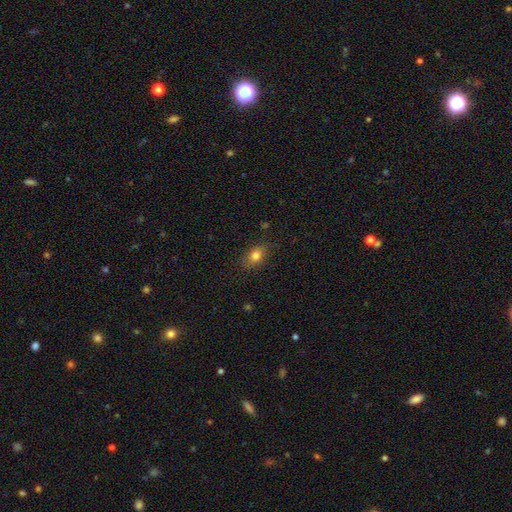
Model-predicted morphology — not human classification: Smooth or featured: smooth — 79% (featured or disk — 11%)
How rounded: in between — 77% (round — 20%)
Merging: none — 82% (minor disturbance — 13%)